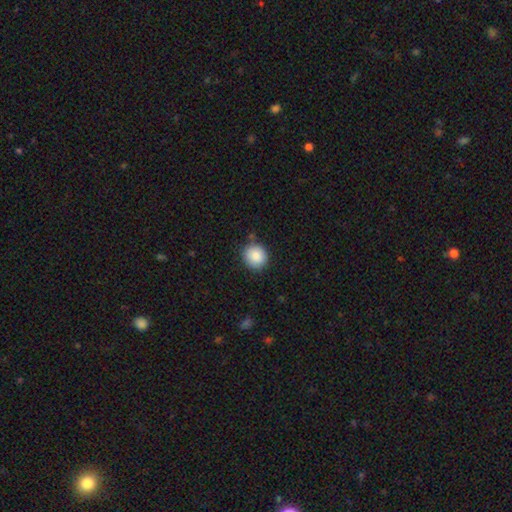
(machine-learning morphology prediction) This appears to be a smooth galaxy with no disk features (87%) that is round (85%). Merging: none (84%).